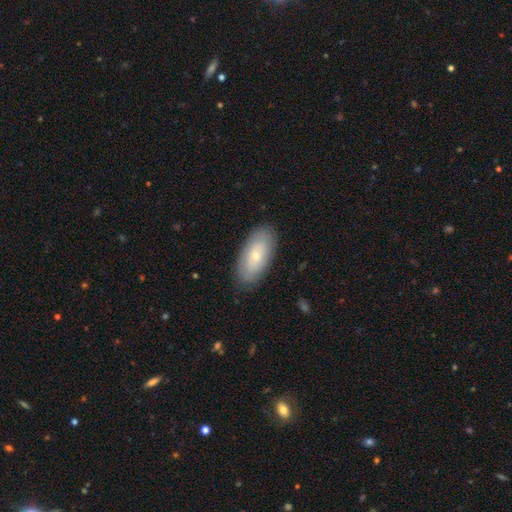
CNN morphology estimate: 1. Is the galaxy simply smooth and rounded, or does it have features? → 63% smooth, 31% featured or disk, 6% star or artifact.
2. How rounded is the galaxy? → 91% in between, 6% cigar-shaped, 3% round.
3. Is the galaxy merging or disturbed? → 86% none, 11% minor disturbance, 3% major disturbance, 1% merger.